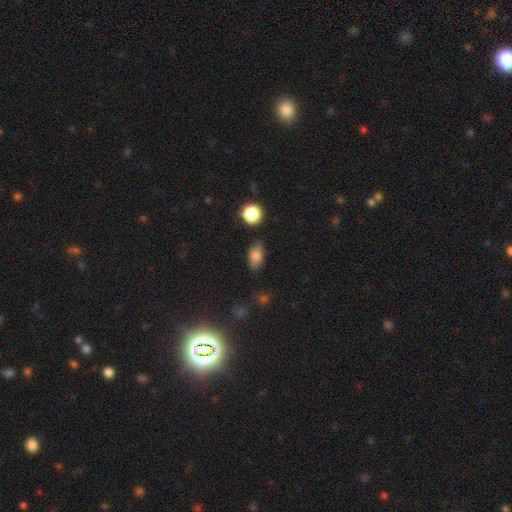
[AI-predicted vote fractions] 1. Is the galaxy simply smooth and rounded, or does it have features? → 80% smooth, 11% star or artifact, 9% featured or disk.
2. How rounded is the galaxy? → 87% in between, 10% round, 4% cigar-shaped.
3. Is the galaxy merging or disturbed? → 81% none, 14% minor disturbance, 3% major disturbance, 2% merger.